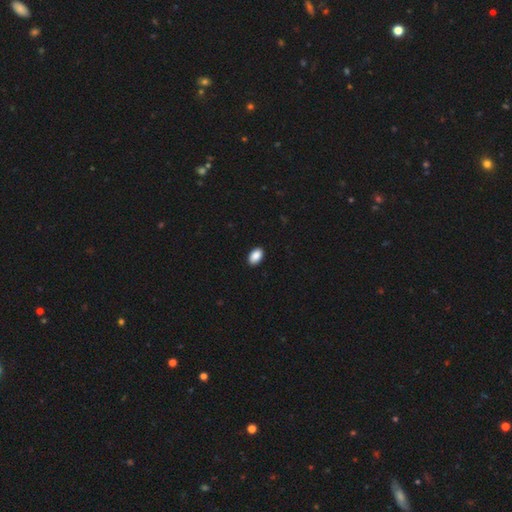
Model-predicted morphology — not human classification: This is clearly a smooth galaxy (90%). How rounded: clearly in between (92%). Merging: clearly none (91%).